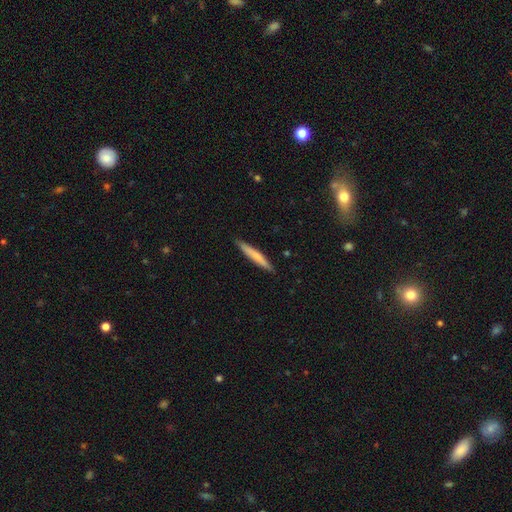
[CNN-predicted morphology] Smooth or featured? smooth (70%)
How rounded? cigar-shaped (95%)
Merging? none (90%)